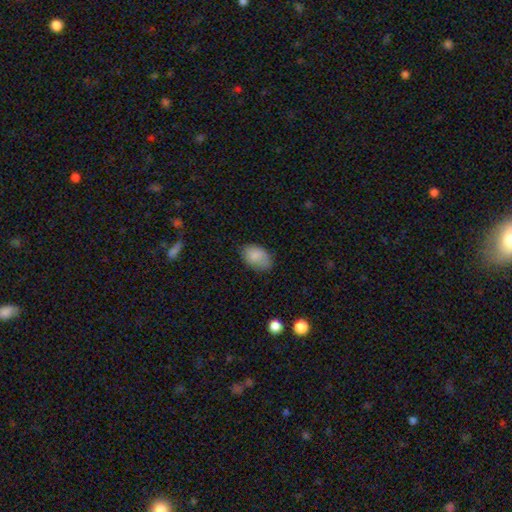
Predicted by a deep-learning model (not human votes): smooth_or_featured: smooth (p=0.85) [alt: featured or disk p=0.07]
how_rounded: in between (p=0.89) [alt: round p=0.10]
merging: none (p=0.72) [alt: minor disturbance p=0.22]